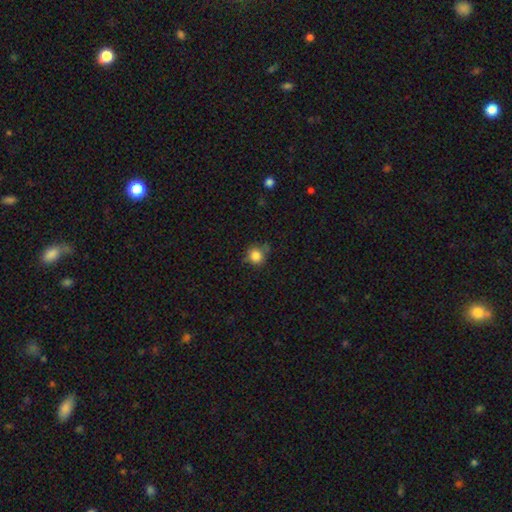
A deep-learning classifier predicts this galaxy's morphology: smooth 83%, star or artifact 11%, featured or disk 6%. Down the decision tree: how rounded — round (87%); merging — none (68%).